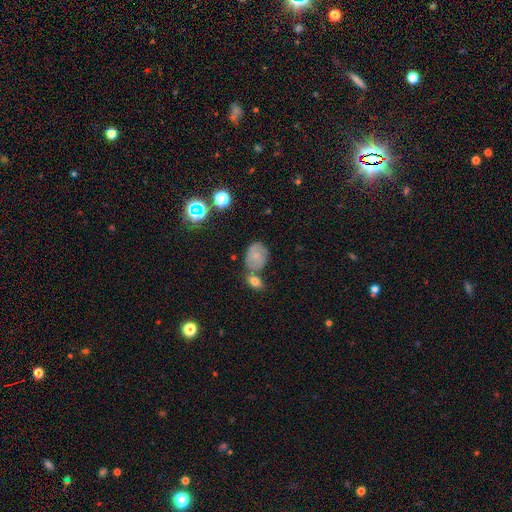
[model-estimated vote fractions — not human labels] smooth_or_featured: smooth (p=0.57) [alt: featured or disk p=0.31]
how_rounded: in between (p=0.69) [alt: round p=0.29]
merging: none (p=0.44) [alt: merger p=0.26]